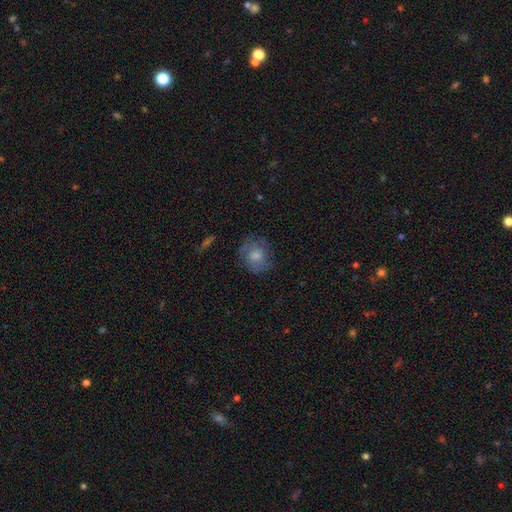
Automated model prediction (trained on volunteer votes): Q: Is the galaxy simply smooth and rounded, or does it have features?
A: smooth — 56%.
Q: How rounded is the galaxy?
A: round — 67%.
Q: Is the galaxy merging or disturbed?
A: none — 68%.